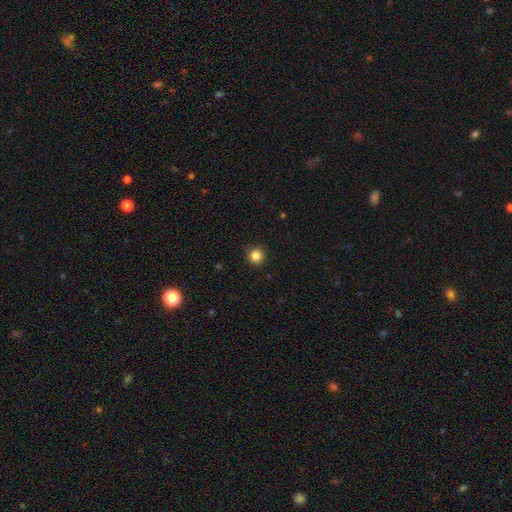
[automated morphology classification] A smooth galaxy with no disk features (84%) that is round (96%).

Vote fractions:
- Smooth or featured? smooth: 84% / star or artifact: 12% / featured or disk: 4%
- How rounded? round: 96% / in between: 3% / cigar-shaped: 1%
- Merging? none: 93% / minor disturbance: 5% / major disturbance: 2% / merger: 1%